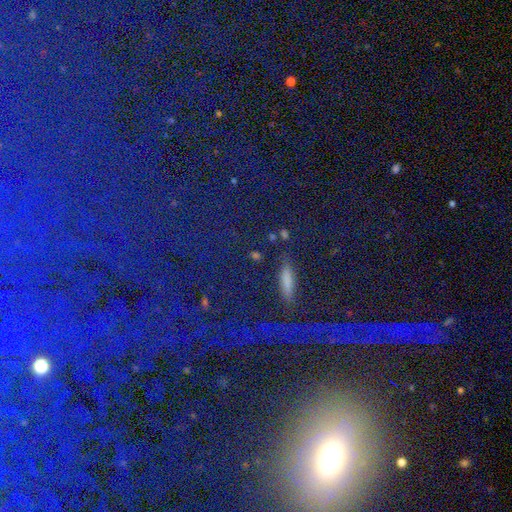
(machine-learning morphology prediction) star or artifact 42% (tied), smooth 42% (tied), featured or disk 16%.